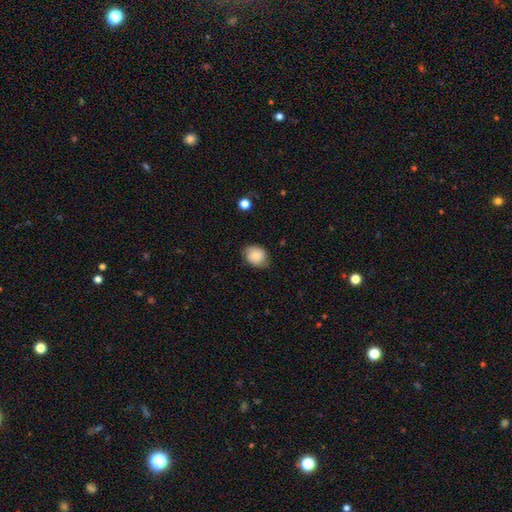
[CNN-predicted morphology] Smooth or featured? smooth (80%)
How rounded? round (54%)
Merging? none (71%)